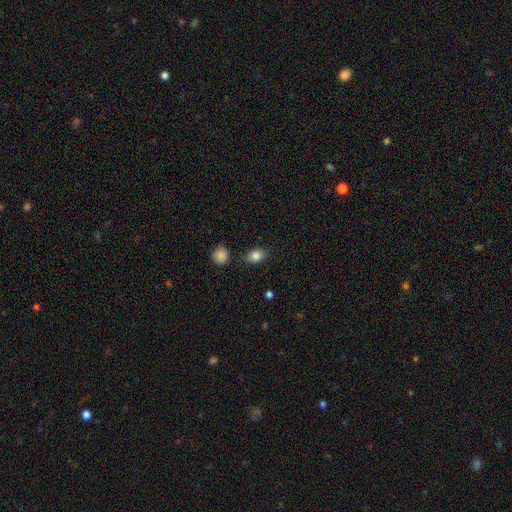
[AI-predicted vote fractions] smooth-or-featured: smooth: 85% | star or artifact: 9% | featured or disk: 6%
  how-rounded: in between: 72% | round: 27% | cigar-shaped: 1%
  merging: none: 83% | minor disturbance: 11% | merger: 3% | major disturbance: 3%